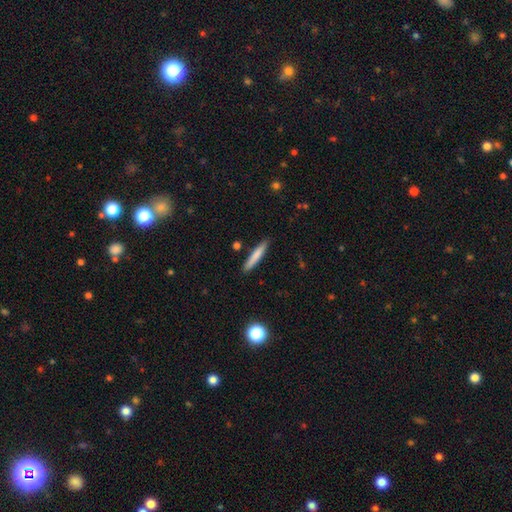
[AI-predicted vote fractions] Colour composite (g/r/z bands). It shows a smooth galaxy with no disk features (76%) that is cigar-shaped (93%). Merging: none (88%).